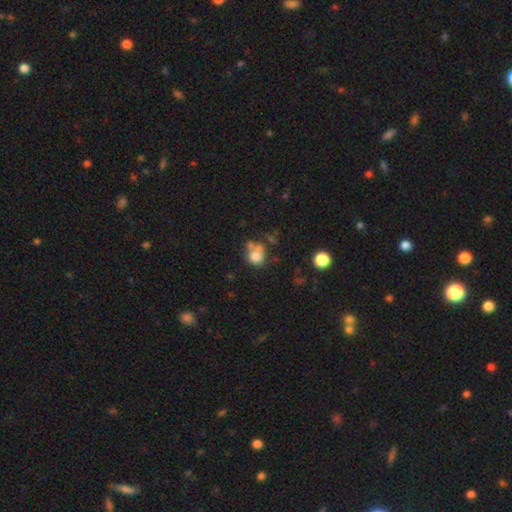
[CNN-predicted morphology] type=smooth (74%); roundness=round (67%); merging=none (39%).